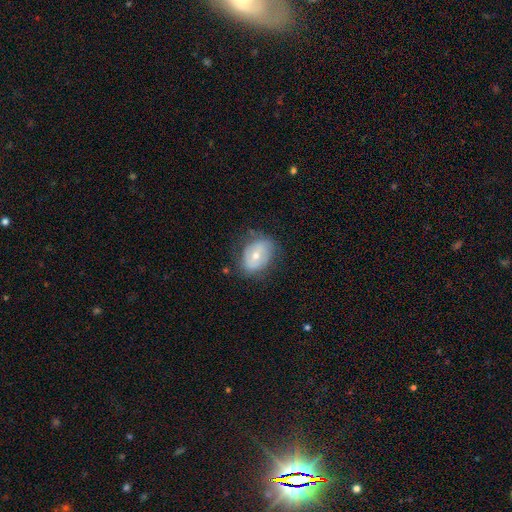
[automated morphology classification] A smooth galaxy with no disk features (52%) that is in between round and cigar-shaped (69%). Merging: none (67%).